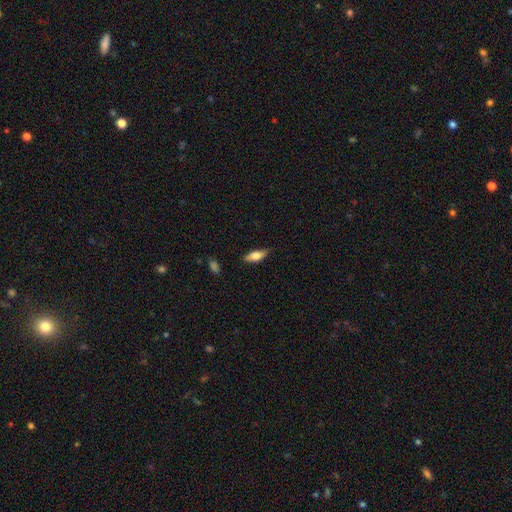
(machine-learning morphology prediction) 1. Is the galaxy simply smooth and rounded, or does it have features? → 73% smooth, 21% featured or disk, 6% star or artifact.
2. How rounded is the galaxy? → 70% in between, 28% cigar-shaped, 2% round.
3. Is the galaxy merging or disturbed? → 82% none, 14% minor disturbance, 2% major disturbance, 1% merger.